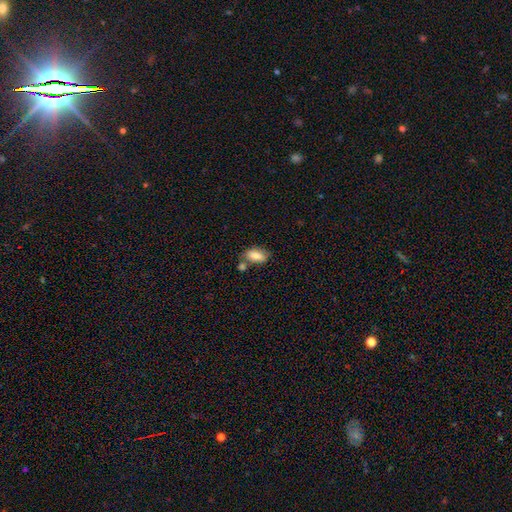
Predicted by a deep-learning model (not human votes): The model was most divided on "merging": none: 57%, merger: 21%, minor disturbance: 17%, major disturbance: 5%. More confident: how rounded — in between (89%); smooth or featured — smooth (79%).